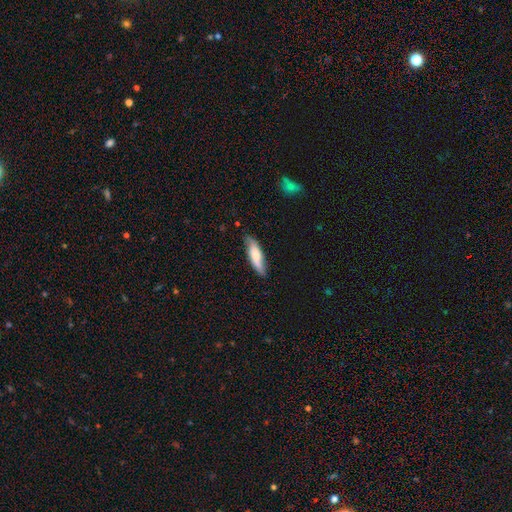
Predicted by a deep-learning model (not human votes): This is likely a smooth galaxy (64%). How rounded: likely cigar-shaped (66%). Merging: likely none (78%).